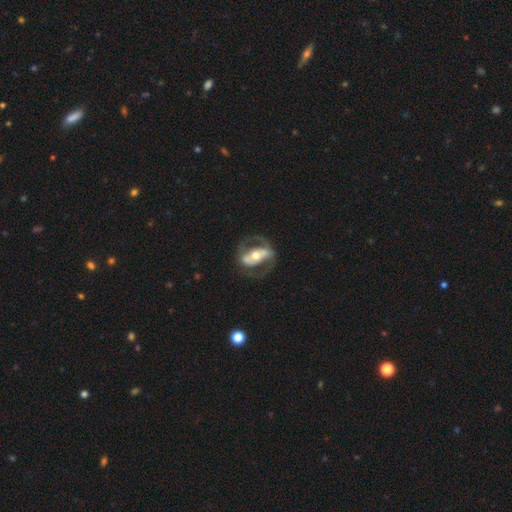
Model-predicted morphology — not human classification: A featured or disk galaxy (75%) with a strong bar (52%), spiral arms (55%) and a moderate central bulge (67%).

Vote fractions:
- Smooth or featured? featured or disk: 75% / smooth: 20% / star or artifact: 5%
- Edge-on disk? no: 90% / yes: 10%
- Bar? strong: 52% / no: 29% / weak: 19%
- Spiral arms? yes: 55% / no: 45%
- Bulge size? moderate: 67% / small: 18% / large: 12% / dominant: 2% / none: 1%
- Merging? none: 62% / major disturbance: 19% / minor disturbance: 16% / merger: 2%